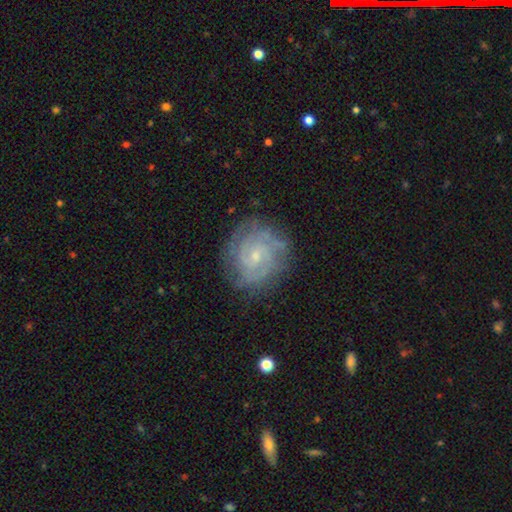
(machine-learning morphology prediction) featured or disk 82%, smooth 10%, star or artifact 7%. Down the decision tree: edge-on disk — no (98%); bar — no (56%); spiral arms — yes (96%); spiral arm count — 2 (31%); spiral winding — tight (73%); bulge size — small (74%); merging — none (79%).